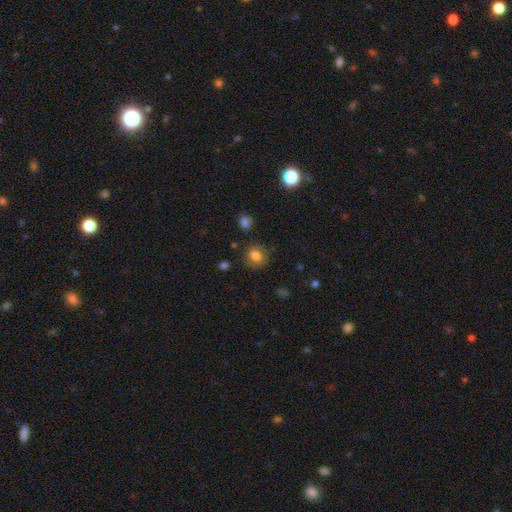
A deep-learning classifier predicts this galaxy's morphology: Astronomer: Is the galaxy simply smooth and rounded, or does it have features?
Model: smooth — 75%.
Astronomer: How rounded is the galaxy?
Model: round — 81%.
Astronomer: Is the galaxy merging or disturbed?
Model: none — 80%.